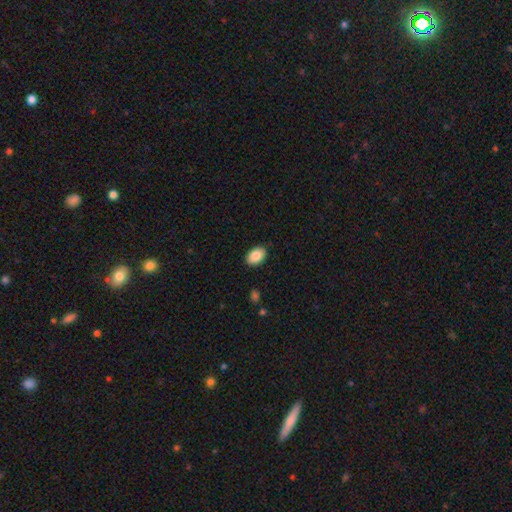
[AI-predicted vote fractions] This is clearly a smooth galaxy (88%). How rounded: clearly in between (87%). Merging: clearly none (88%).